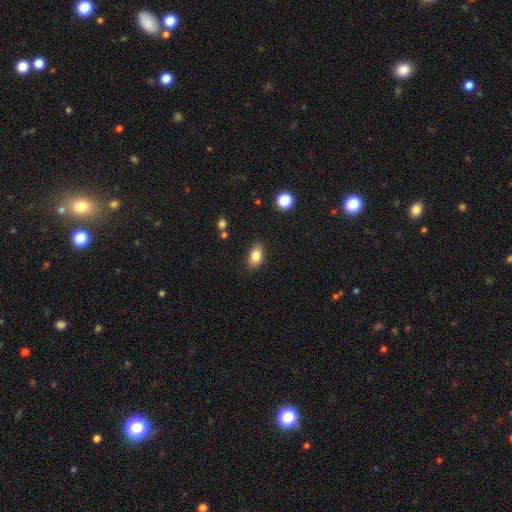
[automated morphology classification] A smooth galaxy with no disk features (82%) that is in between round and cigar-shaped (87%). Merging: none (86%).